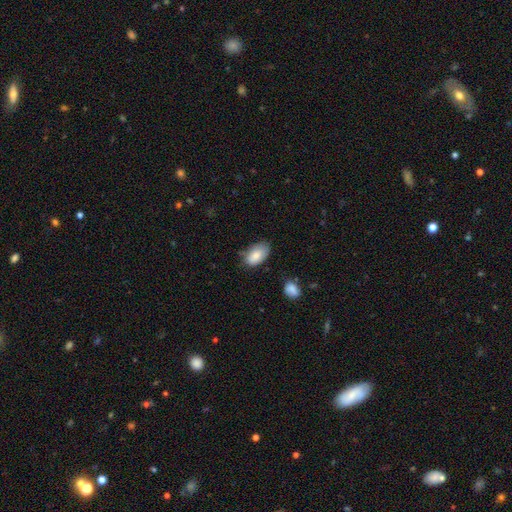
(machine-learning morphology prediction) Smooth or featured: smooth — 82% (featured or disk — 11%)
How rounded: in between — 93% (round — 5%)
Merging: none — 62% (minor disturbance — 29%)